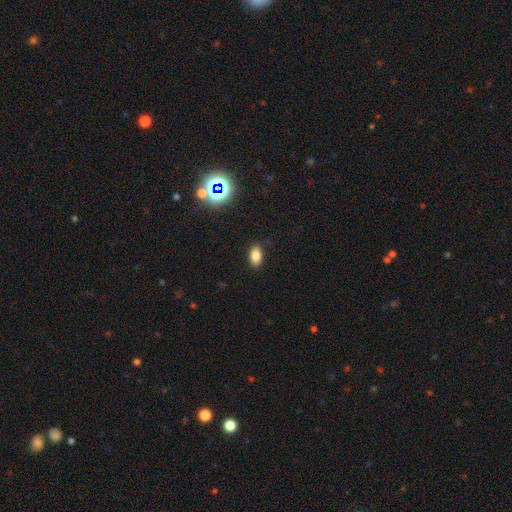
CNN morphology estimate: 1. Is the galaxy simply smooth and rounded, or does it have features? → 81% smooth, 12% star or artifact, 7% featured or disk.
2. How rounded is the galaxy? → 90% in between, 7% round, 3% cigar-shaped.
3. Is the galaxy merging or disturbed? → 86% none, 10% minor disturbance, 2% major disturbance, 1% merger.